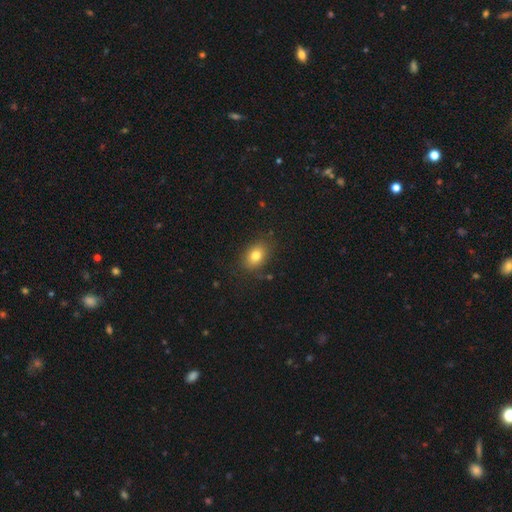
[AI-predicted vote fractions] smooth 81%, star or artifact 10%, featured or disk 9%. Down the decision tree: how rounded — in between (76%); merging — none (83%).